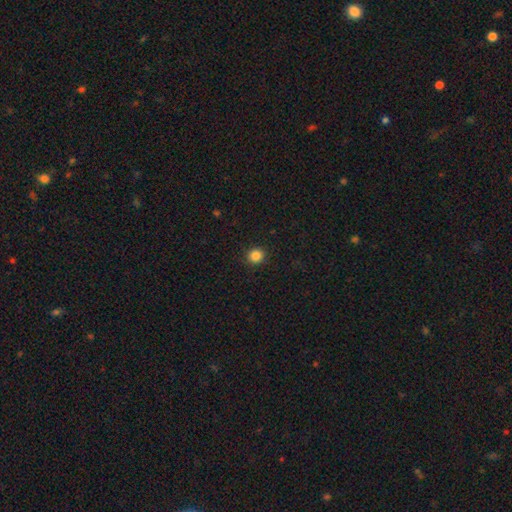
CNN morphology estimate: This is clearly a smooth galaxy (86%). How rounded: clearly round (88%). Merging: clearly none (92%).